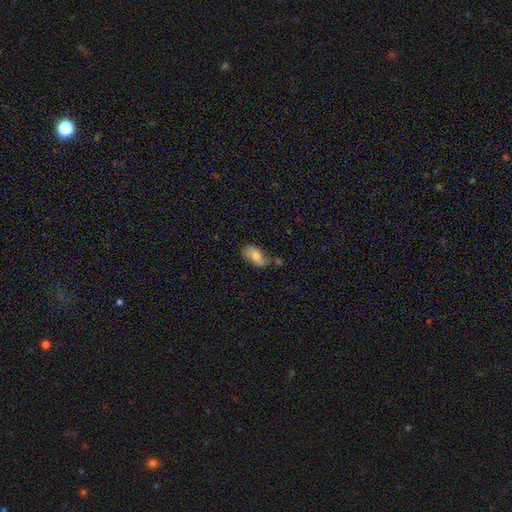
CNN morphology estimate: The model was most divided on "merging": none: 48%, minor disturbance: 31%, merger: 11%, major disturbance: 10%. More confident: how rounded — in between (91%); smooth or featured — smooth (66%).